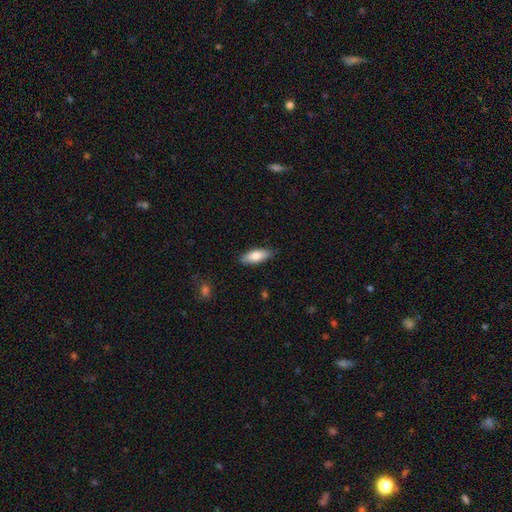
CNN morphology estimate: The model was most divided on "how rounded": in between: 74%, cigar-shaped: 24%, round: 2%. More confident: merging — none (84%); smooth or featured — smooth (80%).